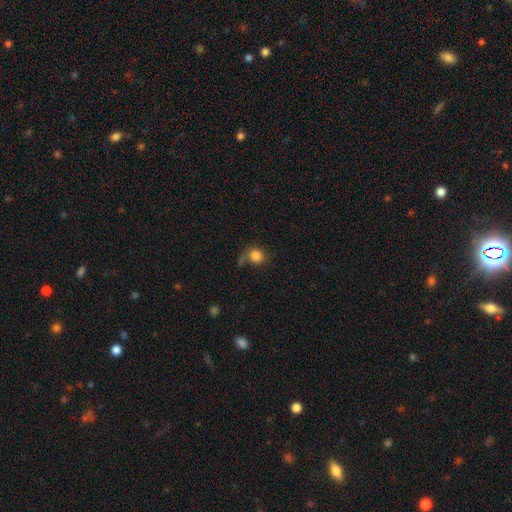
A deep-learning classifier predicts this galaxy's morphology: Smooth or featured? smooth (83%)
How rounded? round (83%)
Merging? none (60%)